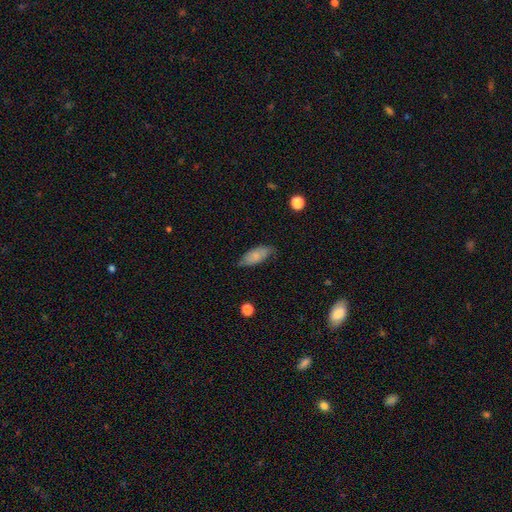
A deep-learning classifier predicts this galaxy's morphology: A smooth galaxy with no disk features (74%) that is in between round and cigar-shaped (86%). Merging: none (67%).